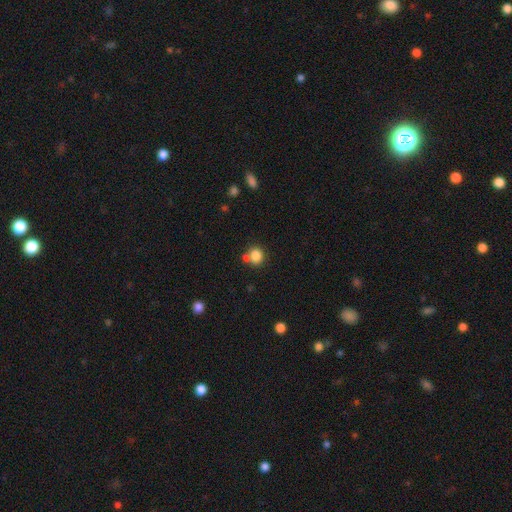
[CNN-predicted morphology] Smooth or featured? smooth (83%)
How rounded? round (79%)
Merging? none (59%)